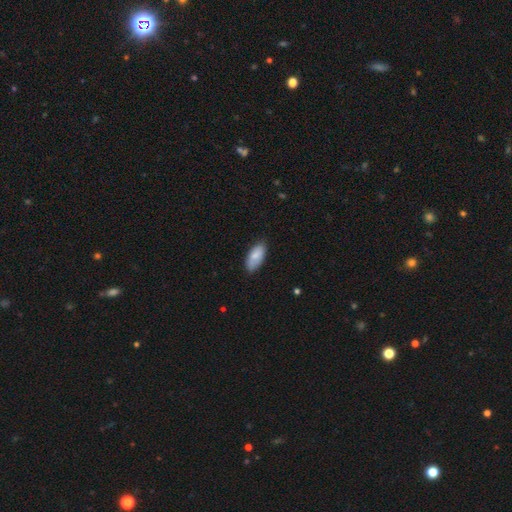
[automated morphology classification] Smooth or featured? smooth (81%)
How rounded? in between (90%)
Merging? none (79%)